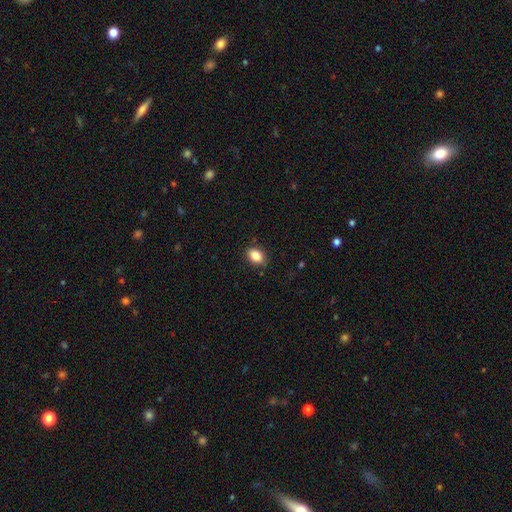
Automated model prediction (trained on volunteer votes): Smooth or featured: smooth — 86% (star or artifact — 9%)
How rounded: in between — 76% (round — 23%)
Merging: none — 85% (minor disturbance — 11%)